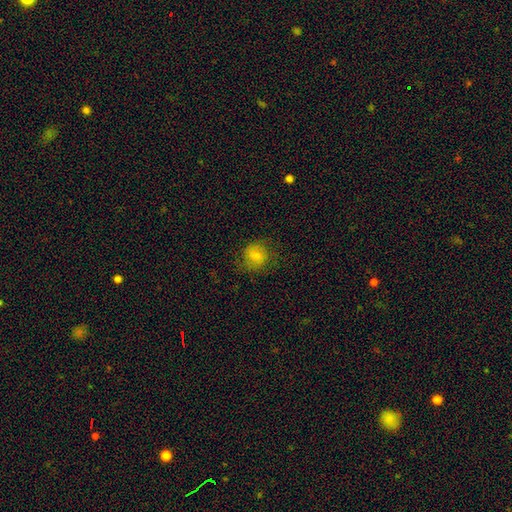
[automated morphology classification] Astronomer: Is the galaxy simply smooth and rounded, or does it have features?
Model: smooth — 72%.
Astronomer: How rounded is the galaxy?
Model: round — 81%.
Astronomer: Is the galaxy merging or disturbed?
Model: none — 74%.